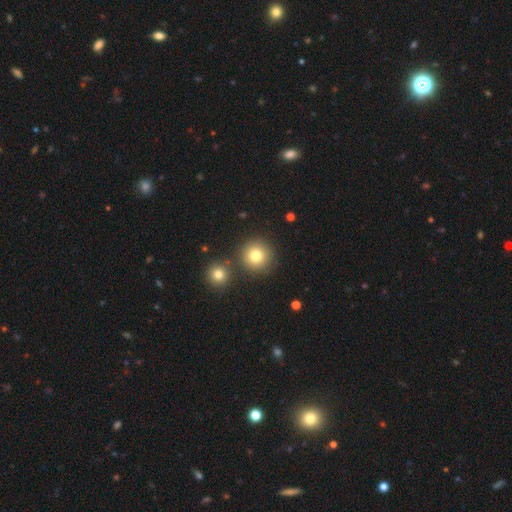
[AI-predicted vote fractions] A smooth galaxy with no disk features (79%) that is round (95%). Merging: none (82%).